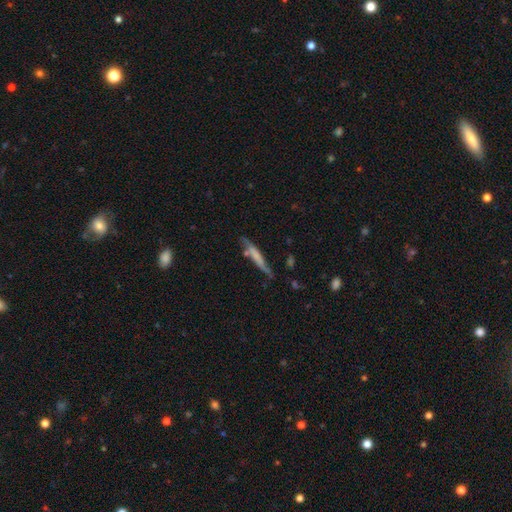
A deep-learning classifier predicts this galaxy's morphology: This is possibly a smooth galaxy (51%). How rounded: clearly cigar-shaped (91%). Merging: possibly none (59%).